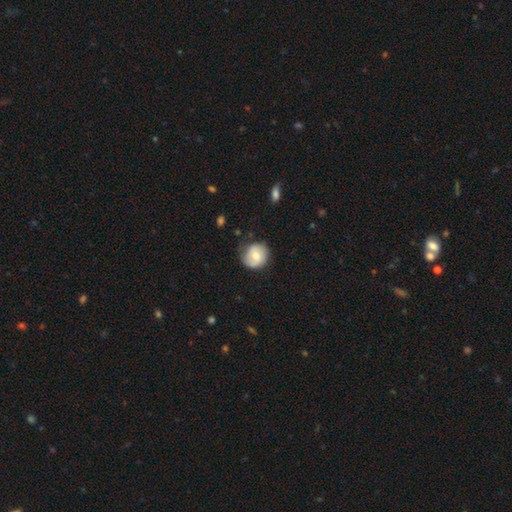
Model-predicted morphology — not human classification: smooth_or_featured: smooth (p=0.58) [alt: featured or disk p=0.35]
how_rounded: round (p=0.86) [alt: in between p=0.13]
merging: none (p=0.73) [alt: minor disturbance p=0.20]